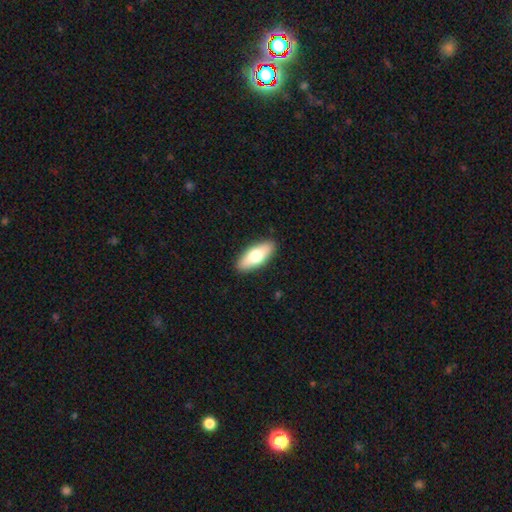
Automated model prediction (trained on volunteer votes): Overall: smooth (67%; featured or disk 27%). How rounded: in between (75%). Merging: none (90%).